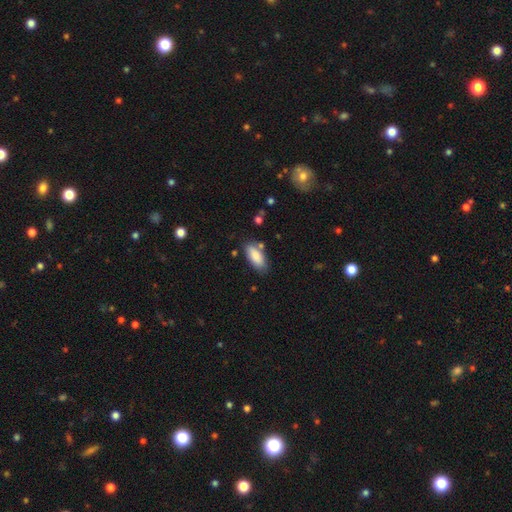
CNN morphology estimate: Smooth or featured?
  - smooth: 86% *
  - featured or disk: 8%
  - star or artifact: 6%
How rounded?
  - in between: 85% *
  - cigar-shaped: 13%
  - round: 2%
Merging?
  - none: 73% *
  - minor disturbance: 17%
  - merger: 6%
  - major disturbance: 4%